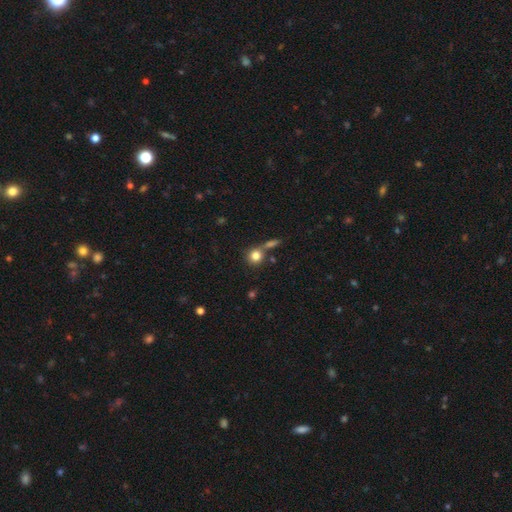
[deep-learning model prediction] Smooth or featured?
  - smooth: 81% *
  - star or artifact: 11%
  - featured or disk: 8%
How rounded?
  - round: 87% *
  - in between: 11%
  - cigar-shaped: 2%
Merging?
  - none: 59% *
  - merger: 25%
  - minor disturbance: 11%
  - major disturbance: 5%